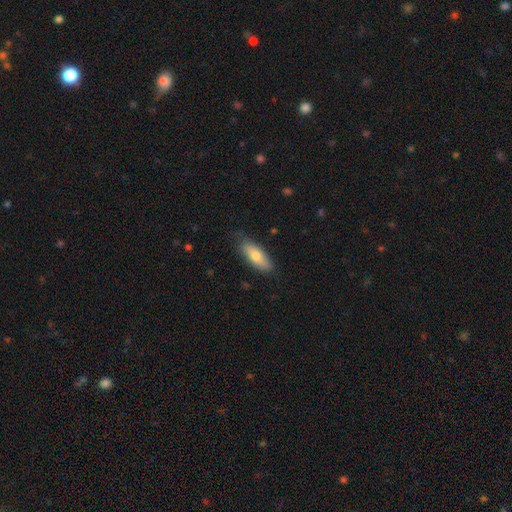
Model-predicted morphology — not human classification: A smooth galaxy with no disk features (72%) that is in between round and cigar-shaped (63%). Merging: none (78%).